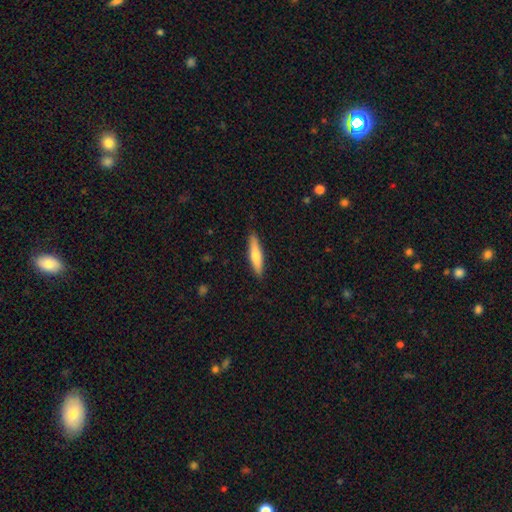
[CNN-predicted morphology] smooth-or-featured: smooth: 64% | featured or disk: 30% | star or artifact: 5%
  how-rounded: cigar-shaped: 86% | in between: 13% | round: 1%
  merging: none: 90% | minor disturbance: 7% | major disturbance: 2% | merger: 1%